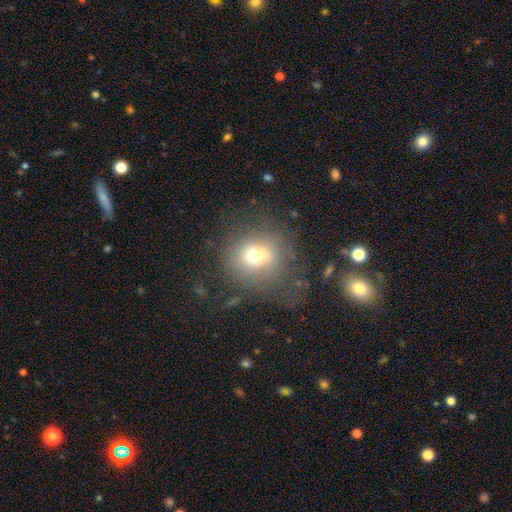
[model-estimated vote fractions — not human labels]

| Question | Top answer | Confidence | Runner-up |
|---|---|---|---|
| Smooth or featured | smooth | 67% | featured or disk (17%) |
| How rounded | round | 85% | in between (14%) |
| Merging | none | 61% | major disturbance (19%) |